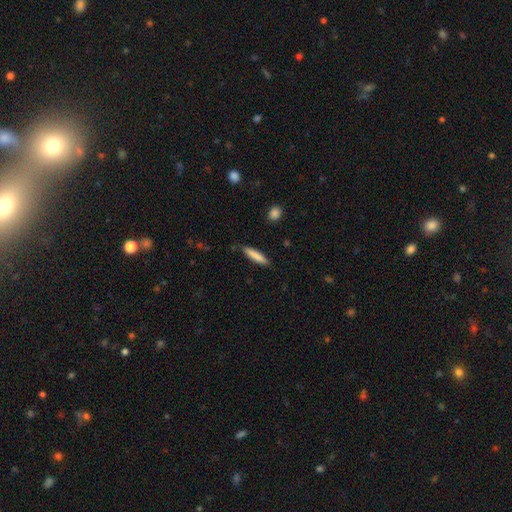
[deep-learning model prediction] Morphology: type=smooth (82%); roundness=cigar-shaped (87%); merging=none (85%).